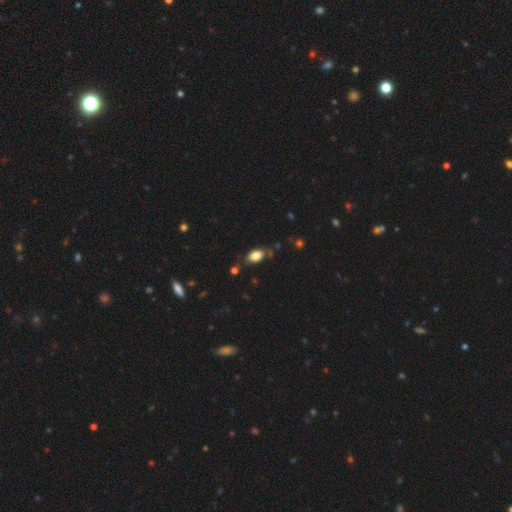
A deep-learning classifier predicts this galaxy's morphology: This appears to be a smooth galaxy with no disk features (81%) that is in between round and cigar-shaped (90%). Merging: none (73%).